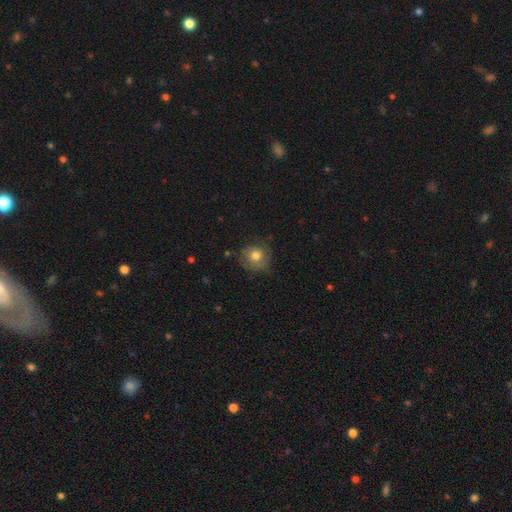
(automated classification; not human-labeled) Smooth or featured? smooth (73%)
How rounded? round (86%)
Merging? none (69%)